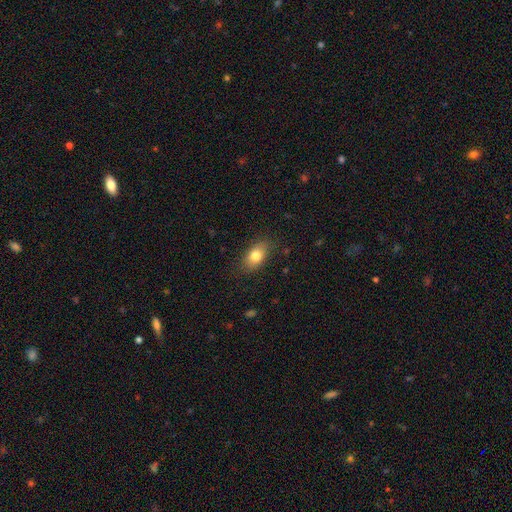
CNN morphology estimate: type=smooth (79%); roundness=in between (87%); merging=none (82%).